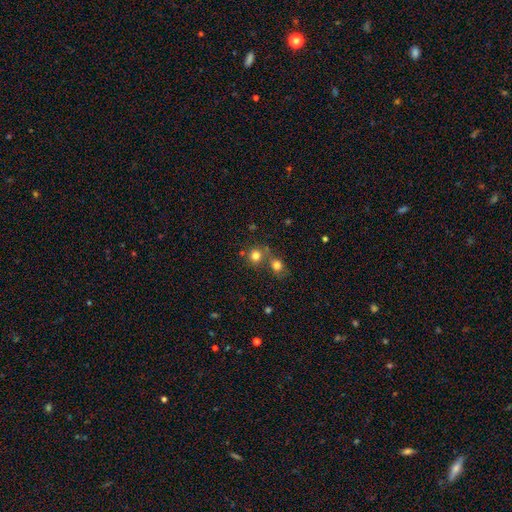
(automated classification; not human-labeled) smooth_or_featured: smooth (p=0.78) [alt: star or artifact p=0.14]
how_rounded: round (p=0.88) [alt: in between p=0.11]
merging: none (p=0.56) [alt: merger p=0.33]